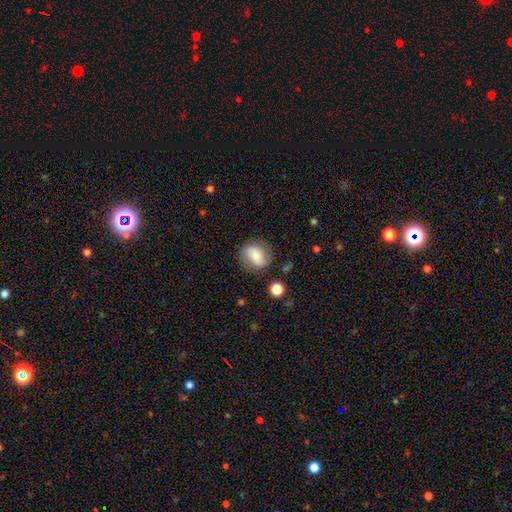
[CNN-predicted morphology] The model was most divided on "smooth or featured": smooth: 53%, featured or disk: 39%, star or artifact: 8%. More confident: merging — none (80%); how rounded — round (69%).